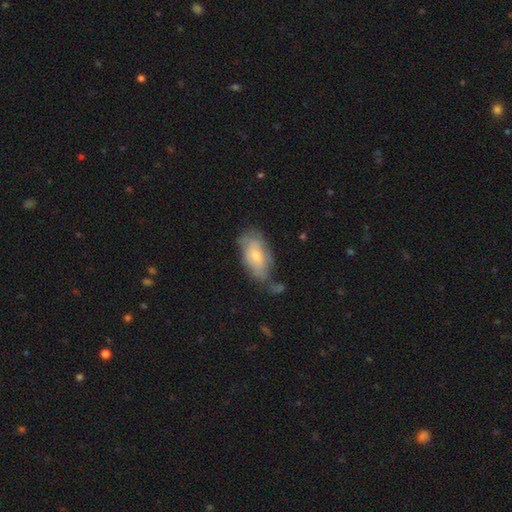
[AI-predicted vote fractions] Smooth or featured? Predicted: smooth (p=0.62). How rounded? Predicted: in between (p=0.91). Merging? Predicted: none (p=0.44).